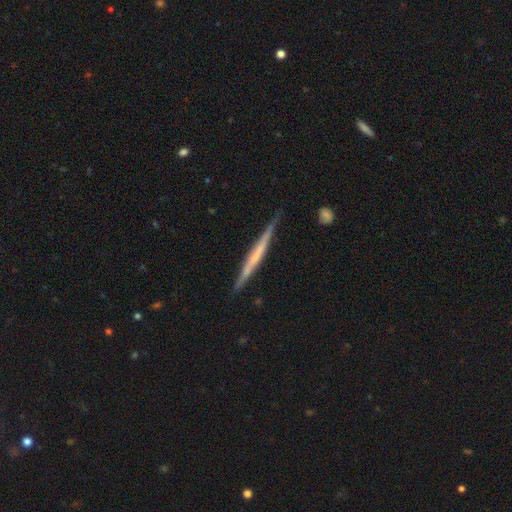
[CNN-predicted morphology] Smooth or featured?
  - featured or disk: 61% *
  - smooth: 33%
  - star or artifact: 5%
Edge-on disk?
  - yes: 97% *
  - no: 3%
Edge-on bulge?
  - none: 73% *
  - rounded: 15%
  - boxy: 11%
Merging?
  - none: 85% *
  - minor disturbance: 12%
  - major disturbance: 2%
  - merger: 2%